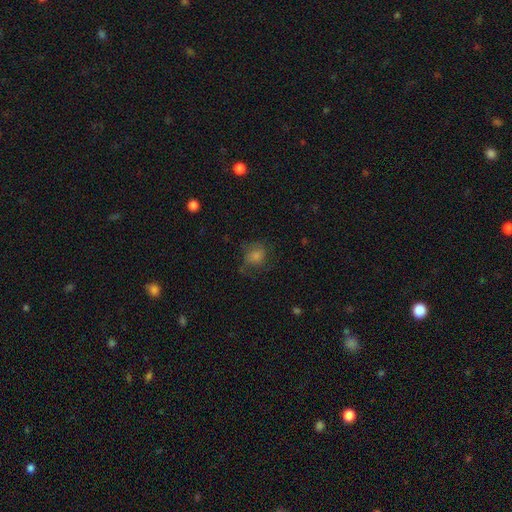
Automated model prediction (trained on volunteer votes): smooth-or-featured: smooth: 54% | featured or disk: 25% | star or artifact: 20%
  how-rounded: round: 71% | in between: 28% | cigar-shaped: 1%
  merging: none: 62% | minor disturbance: 21% | major disturbance: 16% | merger: 2%